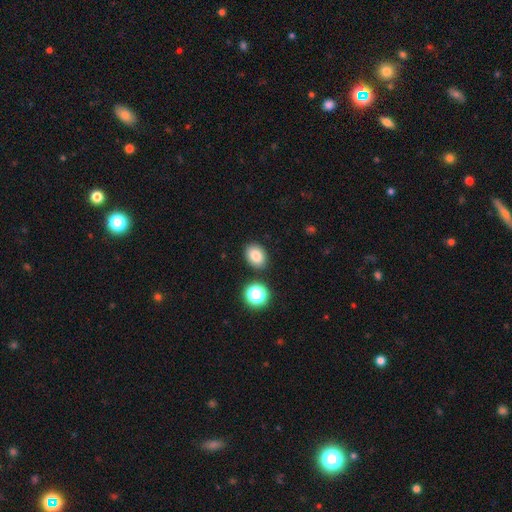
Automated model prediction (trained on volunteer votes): A smooth galaxy with no disk features (82%) that is in between round and cigar-shaped (62%).

Vote fractions:
- Smooth or featured? smooth: 82% / star or artifact: 11% / featured or disk: 7%
- How rounded? in between: 62% / round: 37% / cigar-shaped: 1%
- Merging? none: 84% / minor disturbance: 9% / merger: 5% / major disturbance: 3%